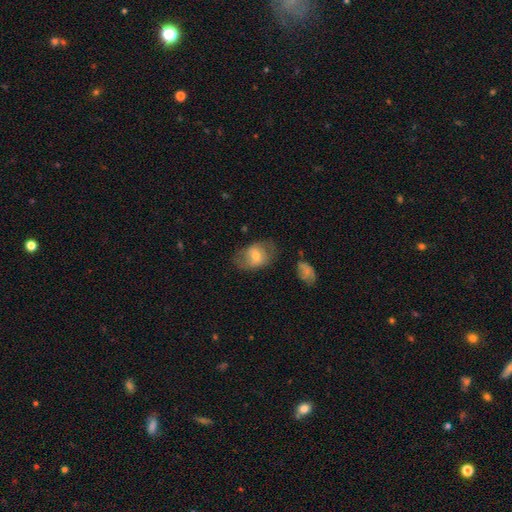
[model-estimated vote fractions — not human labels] Morphology: type=smooth (58%); roundness=in between (75%); merging=none (64%).